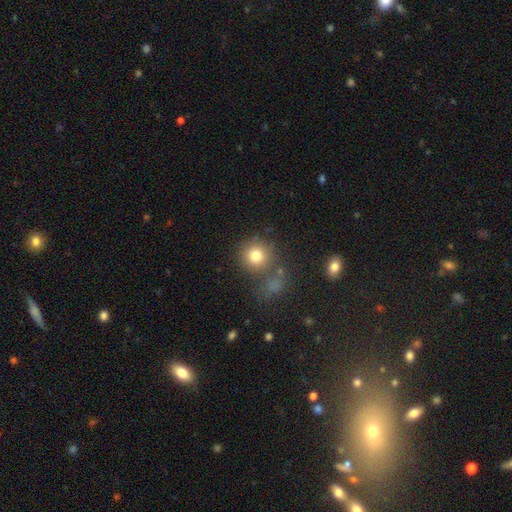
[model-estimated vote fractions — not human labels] Smooth or featured?
  - smooth: 79% *
  - star or artifact: 12%
  - featured or disk: 9%
How rounded?
  - round: 92% *
  - in between: 7%
  - cigar-shaped: 1%
Merging?
  - none: 70% *
  - merger: 12%
  - minor disturbance: 12%
  - major disturbance: 6%